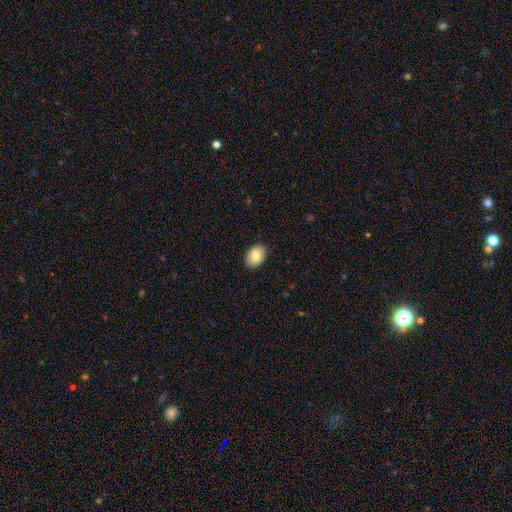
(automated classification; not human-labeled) smooth_or_featured: smooth (p=0.82) [alt: featured or disk p=0.11]
how_rounded: in between (p=0.81) [alt: round p=0.18]
merging: none (p=0.89) [alt: minor disturbance p=0.08]